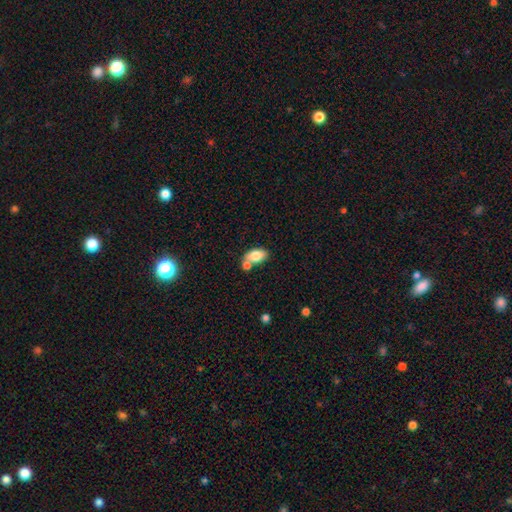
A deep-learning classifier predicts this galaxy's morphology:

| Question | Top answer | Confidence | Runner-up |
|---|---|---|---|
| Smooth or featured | smooth | 80% | featured or disk (13%) |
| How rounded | in between | 91% | round (6%) |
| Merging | none | 52% | merger (31%) |